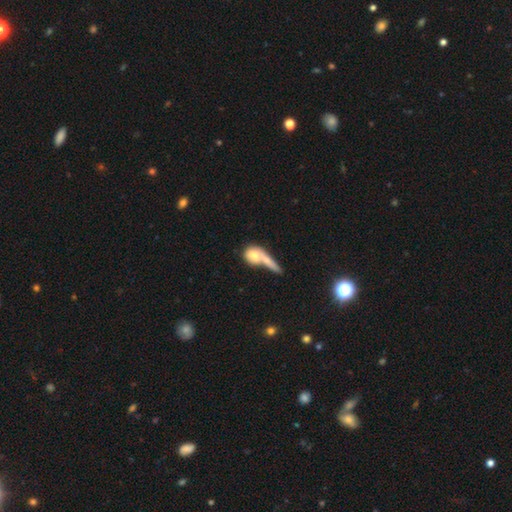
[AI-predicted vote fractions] A smooth galaxy with no disk features (69%) that is round (49%). Merging: merger (50%).